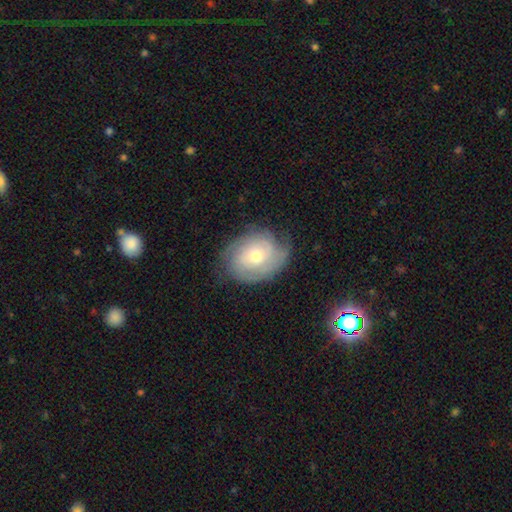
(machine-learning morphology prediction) A featured or disk galaxy (67%) with no bar (80%), tight (65%) spiral arms (86%) and a moderate central bulge (55%).

Vote fractions:
- Smooth or featured? featured or disk: 67% / smooth: 26% / star or artifact: 7%
- Edge-on disk? no: 96% / yes: 4%
- Bar? no: 80% / weak: 17% / strong: 3%
- Spiral arms? yes: 86% / no: 14%
- Spiral winding? tight: 65% / medium: 26% / loose: 10%
- Spiral arm count? can't tell: 40% / 2: 30% / 3: 15% / 1: 6% / 4: 5% / more than 4: 4%
- Bulge size? moderate: 55% / small: 41% / large: 3% / dominant: 1% / none: 1%
- Merging? none: 68% / minor disturbance: 22% / major disturbance: 8% / merger: 1%